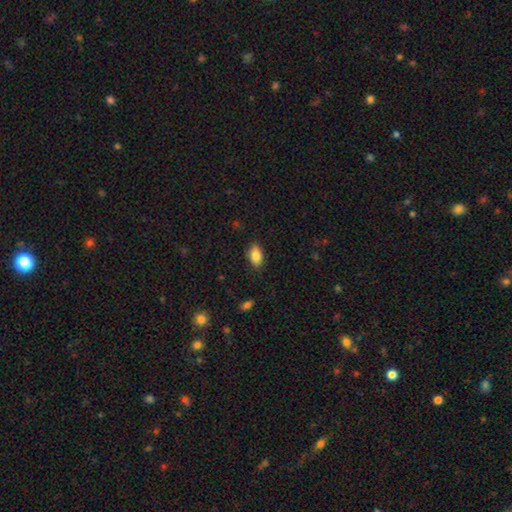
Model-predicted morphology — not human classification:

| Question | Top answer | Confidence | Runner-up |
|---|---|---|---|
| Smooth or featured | smooth | 83% | featured or disk (9%) |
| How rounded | in between | 90% | round (8%) |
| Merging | none | 83% | minor disturbance (13%) |